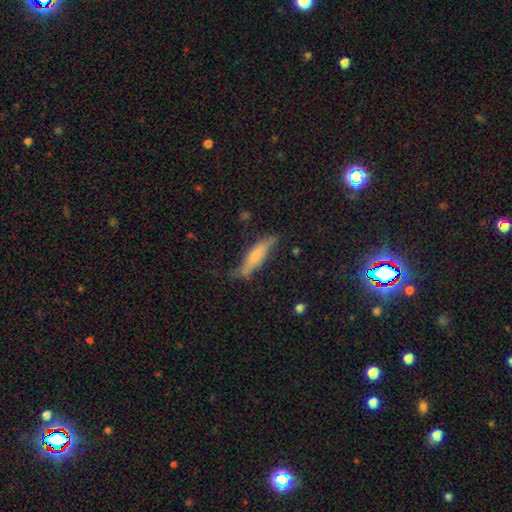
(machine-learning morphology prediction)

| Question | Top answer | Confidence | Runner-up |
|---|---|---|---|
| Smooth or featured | smooth | 63% | featured or disk (30%) |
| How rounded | cigar-shaped | 78% | in between (20%) |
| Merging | none | 61% | minor disturbance (28%) |